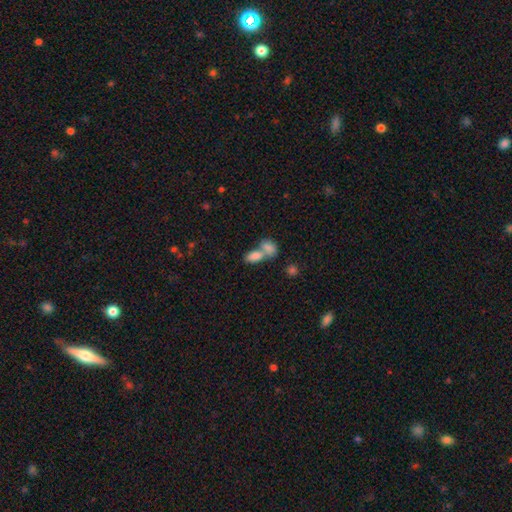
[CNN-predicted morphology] smooth 83%, featured or disk 9%, star or artifact 8%. Down the decision tree: how rounded — in between (91%); merging — merger (64%).